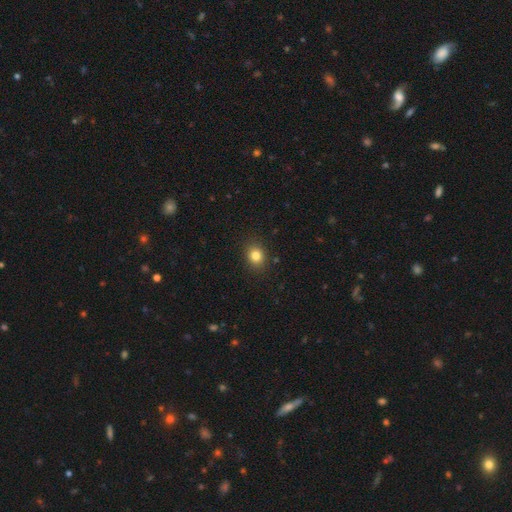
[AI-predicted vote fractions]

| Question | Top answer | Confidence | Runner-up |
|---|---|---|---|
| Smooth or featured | smooth | 82% | star or artifact (12%) |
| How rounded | round | 62% | in between (37%) |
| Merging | none | 88% | minor disturbance (8%) |